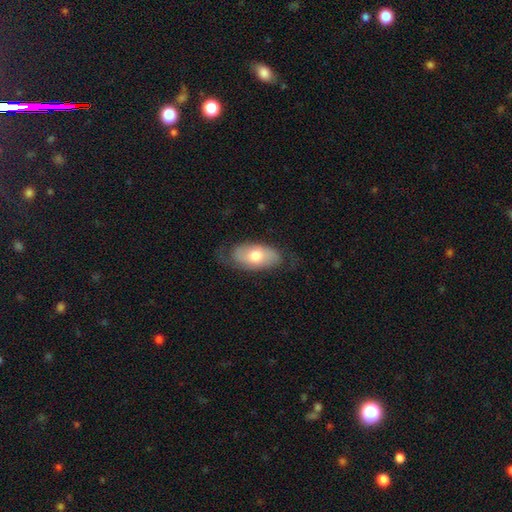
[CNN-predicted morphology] The model was most divided on "smooth or featured": smooth: 58%, featured or disk: 37%, star or artifact: 6%. More confident: how rounded — in between (92%); merging — none (66%).